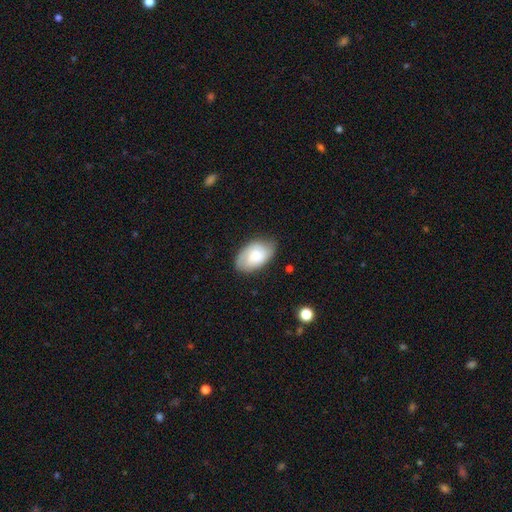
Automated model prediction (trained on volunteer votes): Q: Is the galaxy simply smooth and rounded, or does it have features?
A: smooth — 62%.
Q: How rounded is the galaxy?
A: in between — 92%.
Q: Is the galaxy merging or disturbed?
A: none — 70%.